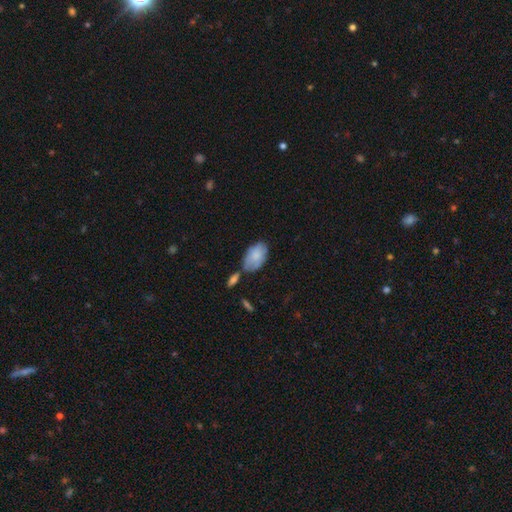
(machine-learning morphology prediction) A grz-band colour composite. It shows a smooth galaxy with no disk features (78%) that is in between round and cigar-shaped (93%). Merging: none (53%).